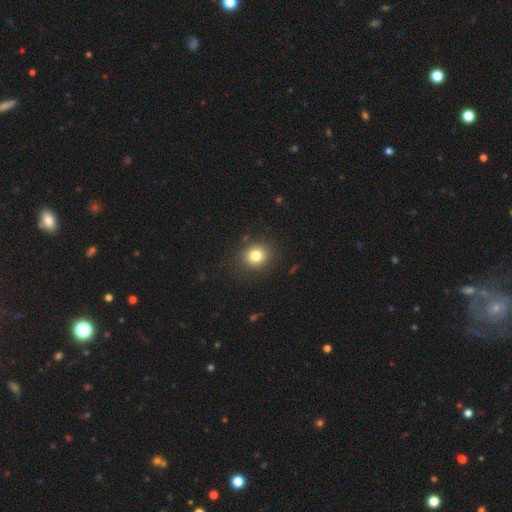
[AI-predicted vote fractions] smooth_or_featured: smooth (p=0.80) [alt: star or artifact p=0.12]
how_rounded: round (p=0.84) [alt: in between p=0.15]
merging: none (p=0.88) [alt: minor disturbance p=0.08]